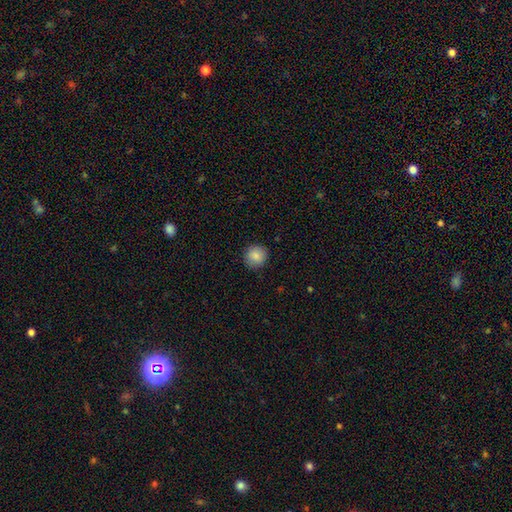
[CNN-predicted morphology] A smooth galaxy with no disk features (87%) that is round (90%). Merging: none (90%).